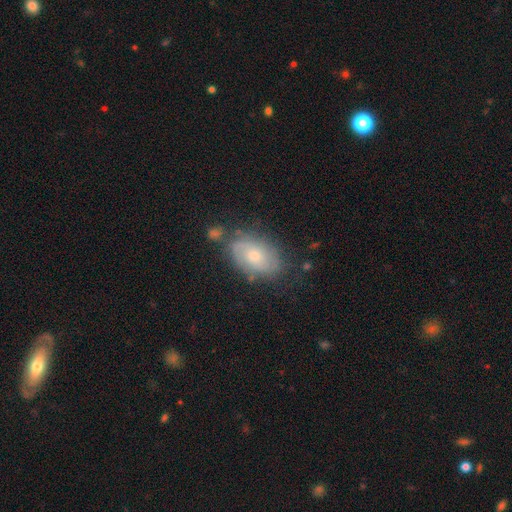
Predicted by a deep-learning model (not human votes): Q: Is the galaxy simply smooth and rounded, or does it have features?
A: featured or disk — 46%, tied with smooth.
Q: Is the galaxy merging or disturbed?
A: none — 62%.